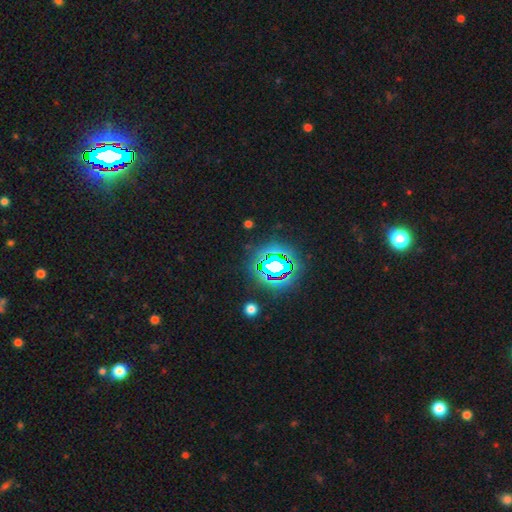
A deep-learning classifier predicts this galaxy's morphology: Smooth or featured? Predicted: star or artifact (p=0.84).